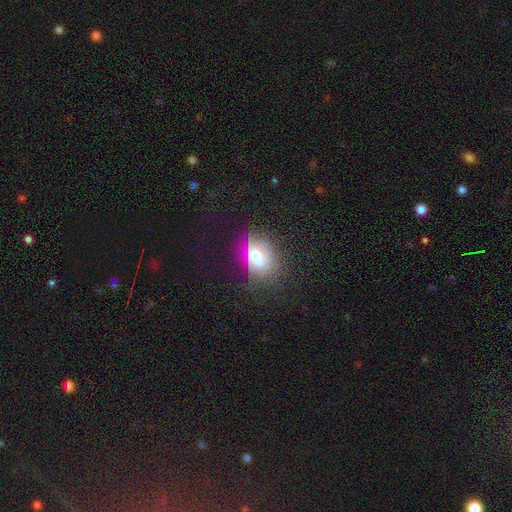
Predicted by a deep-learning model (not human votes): This appears to be a smooth galaxy with no disk features (66%) that is in between round and cigar-shaped (63%). Merging: none (72%).